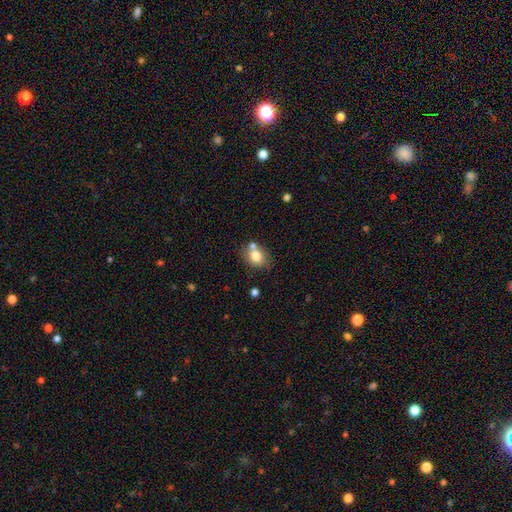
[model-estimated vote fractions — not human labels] Smooth or featured?
  - smooth: 76% *
  - featured or disk: 14%
  - star or artifact: 10%
How rounded?
  - in between: 54% *
  - round: 45%
  - cigar-shaped: 1%
Merging?
  - none: 59% *
  - merger: 21%
  - minor disturbance: 15%
  - major disturbance: 4%